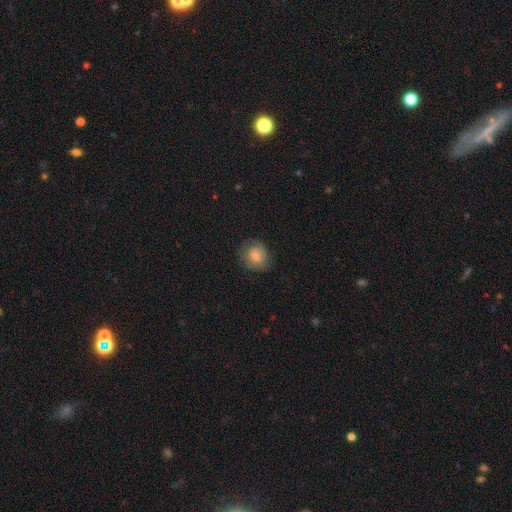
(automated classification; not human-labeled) Q: Smooth or featured?
A: smooth (74%); runner-up: featured or disk (18%)
Q: How rounded?
A: round (83%); runner-up: in between (16%)
Q: Merging?
A: none (75%); runner-up: minor disturbance (18%)